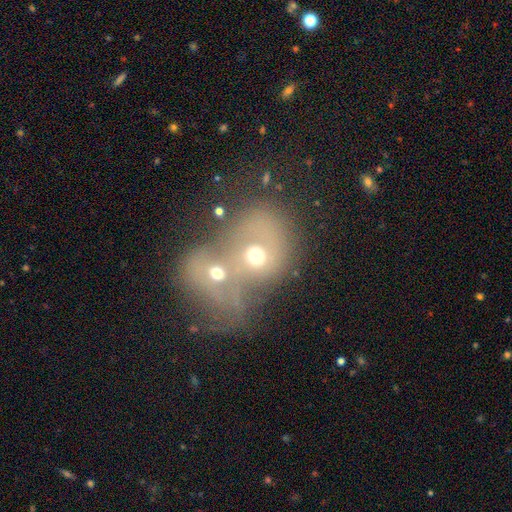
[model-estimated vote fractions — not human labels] Smooth or featured? smooth (53%)
How rounded? round (60%)
Merging? merger (81%)